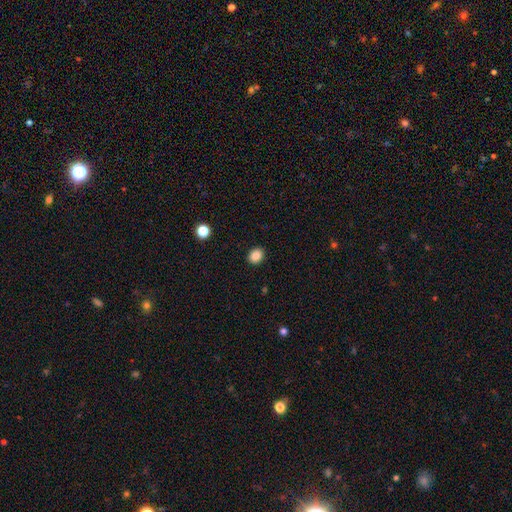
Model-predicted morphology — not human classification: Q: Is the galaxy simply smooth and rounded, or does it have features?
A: smooth — 86%.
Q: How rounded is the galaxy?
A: round — 57%.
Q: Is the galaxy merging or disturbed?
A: none — 91%.